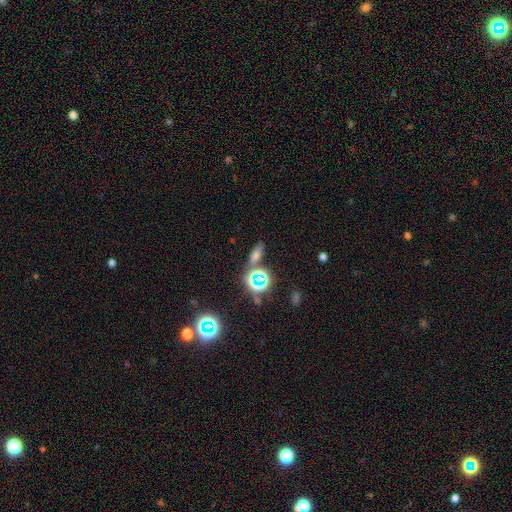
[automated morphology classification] A smooth galaxy with no disk features (41%).

Vote fractions:
- Smooth or featured? smooth: 41% / star or artifact: 38% / featured or disk: 21%
- Merging? none: 75% / merger: 11% / minor disturbance: 10% / major disturbance: 4%